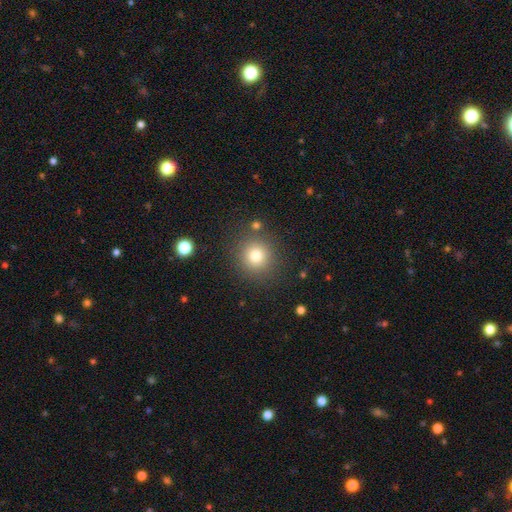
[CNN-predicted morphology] This is likely a smooth galaxy (79%). How rounded: clearly round (91%). Merging: clearly none (85%).